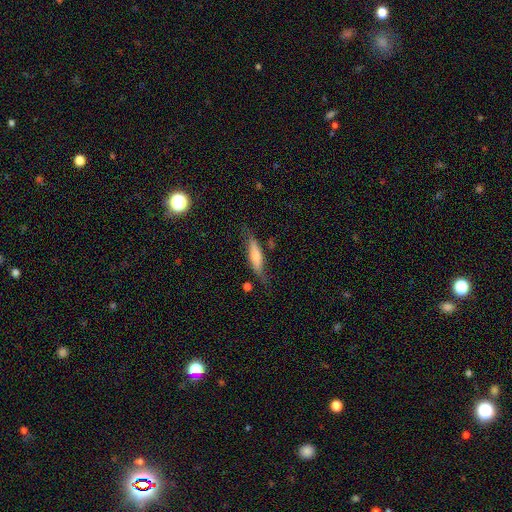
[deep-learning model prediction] A featured or disk galaxy (46%).

Vote fractions:
- Smooth or featured? featured or disk: 46% / smooth: 45% / star or artifact: 9%
- Merging? none: 69% / minor disturbance: 22% / major disturbance: 7% / merger: 2%